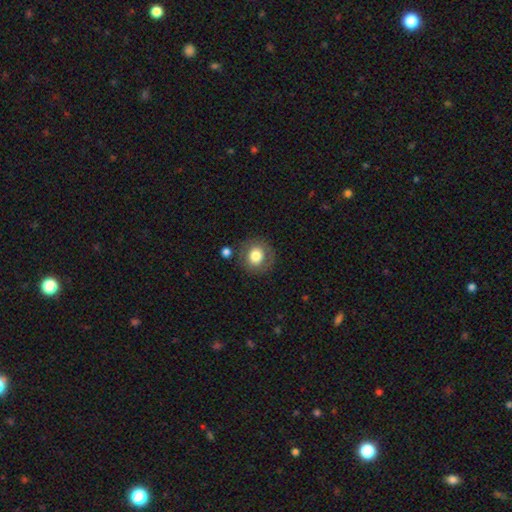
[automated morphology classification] smooth_or_featured: smooth (p=0.72) [alt: featured or disk p=0.19]
how_rounded: round (p=0.86) [alt: in between p=0.13]
merging: none (p=0.79) [alt: minor disturbance p=0.12]